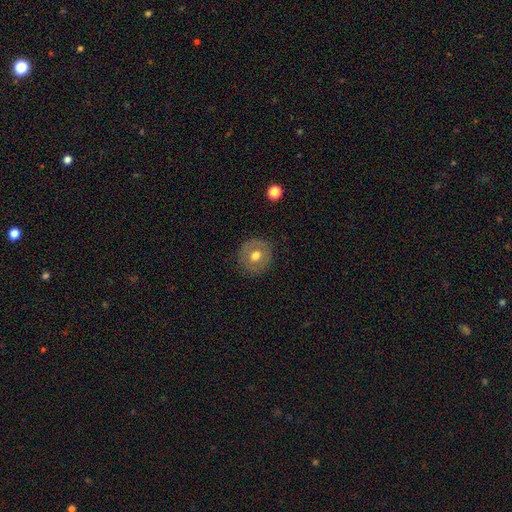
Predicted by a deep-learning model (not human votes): smooth-or-featured: smooth: 60% | featured or disk: 32% | star or artifact: 8%
  how-rounded: round: 90% | in between: 9% | cigar-shaped: 1%
  merging: none: 86% | minor disturbance: 10% | major disturbance: 3% | merger: 1%